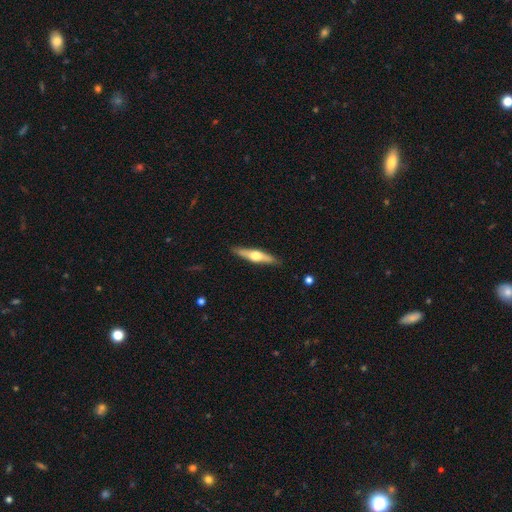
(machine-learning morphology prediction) The model was most divided on "smooth or featured": featured or disk: 60%, smooth: 35%, star or artifact: 5%. More confident: edge-on disk — yes (95%); edge-on bulge — rounded (94%); merging — none (88%).